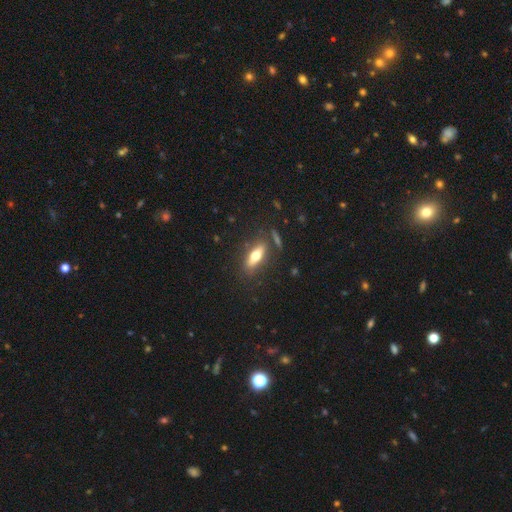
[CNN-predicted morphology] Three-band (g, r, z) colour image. It shows a smooth galaxy with no disk features (59%) that is in between round and cigar-shaped (58%). Merging: none (77%).